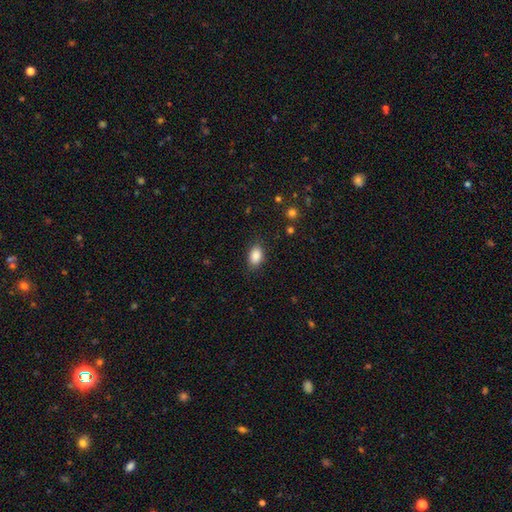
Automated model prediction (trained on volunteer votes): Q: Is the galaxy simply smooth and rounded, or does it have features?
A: smooth — 88%.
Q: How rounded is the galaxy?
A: in between — 85%.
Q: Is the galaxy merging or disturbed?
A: none — 82%.